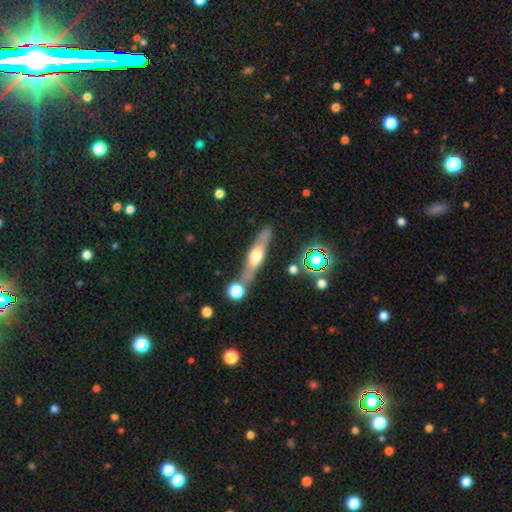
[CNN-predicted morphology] A featured or disk galaxy (57%) viewed edge-on (88%).

Vote fractions:
- Smooth or featured? featured or disk: 57% / smooth: 35% / star or artifact: 8%
- Edge-on disk? yes: 88% / no: 12%
- Merging? none: 73% / minor disturbance: 13% / merger: 10% / major disturbance: 4%